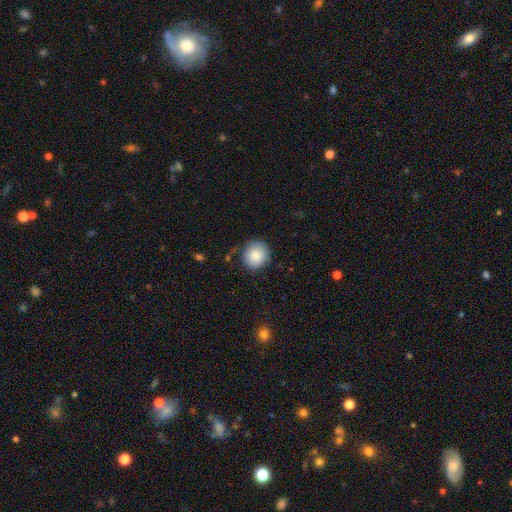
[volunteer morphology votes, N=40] smooth-or-featured: smooth: 85% | star or artifact: 12% | featured or disk: 2%
  how-rounded: round: 100% | in between: 0% | cigar-shaped: 0%
  merging: none: 89% | minor disturbance: 9% | merger: 3% | major disturbance: 0%